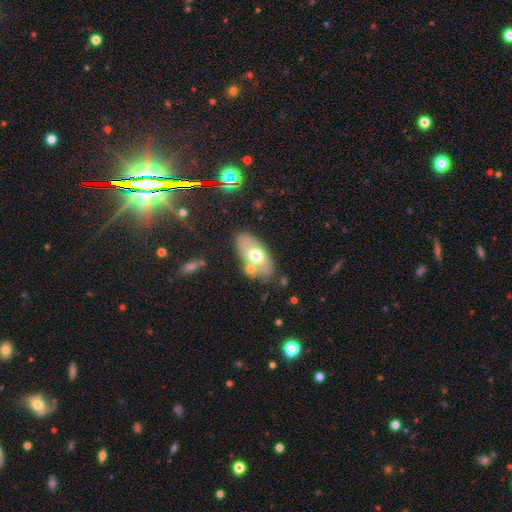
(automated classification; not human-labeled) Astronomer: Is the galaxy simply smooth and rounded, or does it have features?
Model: smooth — 56% (runner-up: featured or disk, 36%).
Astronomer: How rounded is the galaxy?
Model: in between — 90%.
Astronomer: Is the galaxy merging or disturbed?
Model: none — 67%.